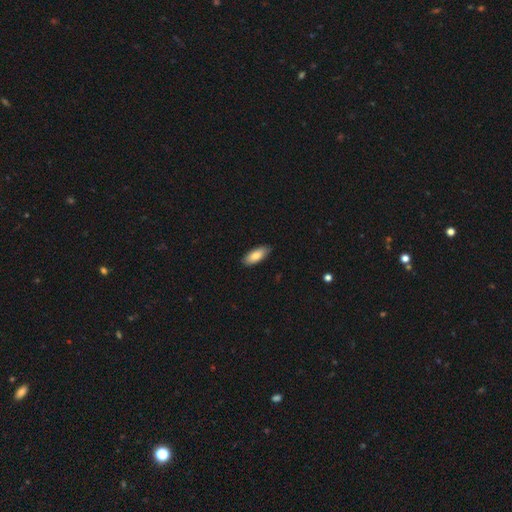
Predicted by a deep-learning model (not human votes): A smooth galaxy with no disk features (83%) that is in between round and cigar-shaped (83%). Merging: none (87%).